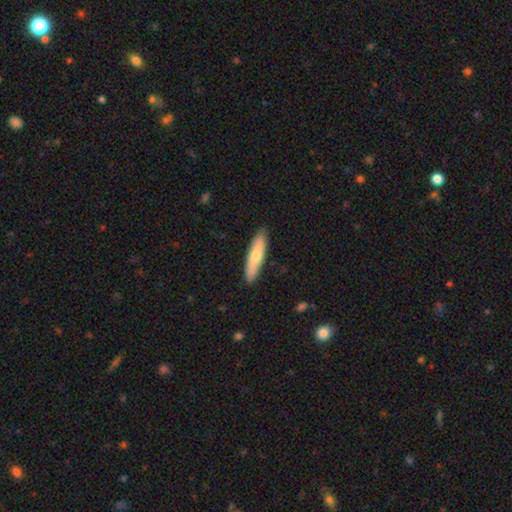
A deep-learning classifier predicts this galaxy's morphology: smooth_or_featured: smooth (p=0.70) [alt: featured or disk p=0.25]
how_rounded: cigar-shaped (p=0.78) [alt: in between p=0.20]
merging: none (p=0.88) [alt: minor disturbance p=0.09]